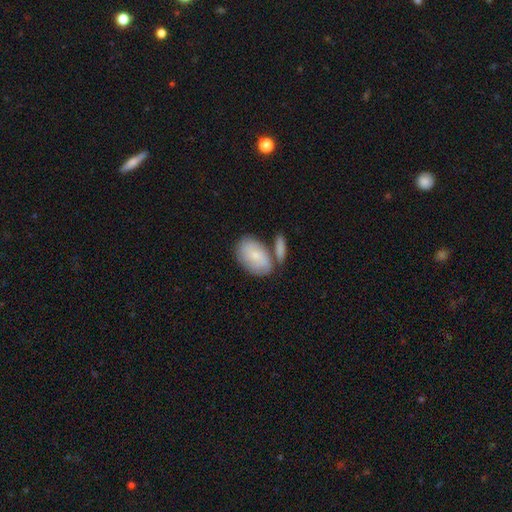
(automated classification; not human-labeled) Smooth or featured: smooth — 65% (featured or disk — 29%)
How rounded: in between — 87% (round — 11%)
Merging: none — 49% (merger — 27%)